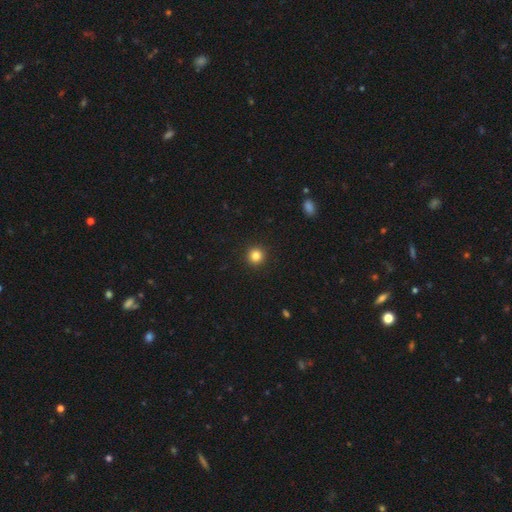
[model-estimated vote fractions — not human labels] A smooth galaxy with no disk features (84%) that is round (95%).

Vote fractions:
- Smooth or featured? smooth: 84% / star or artifact: 11% / featured or disk: 5%
- How rounded? round: 95% / in between: 4% / cigar-shaped: 1%
- Merging? none: 93% / minor disturbance: 4% / major disturbance: 2% / merger: 1%